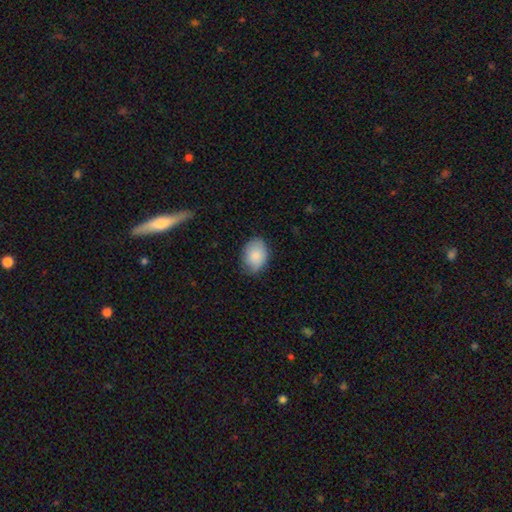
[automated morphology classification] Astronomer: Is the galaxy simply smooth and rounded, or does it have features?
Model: smooth — 87%.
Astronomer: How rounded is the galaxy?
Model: in between — 74%.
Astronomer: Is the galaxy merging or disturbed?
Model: none — 78%.